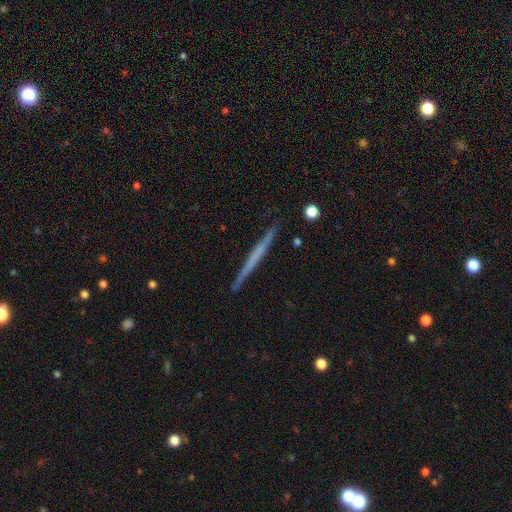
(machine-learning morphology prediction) featured or disk 57%, smooth 38%, star or artifact 6%. Down the decision tree: edge-on disk — yes (98%); edge-on bulge — none (88%); merging — none (91%).